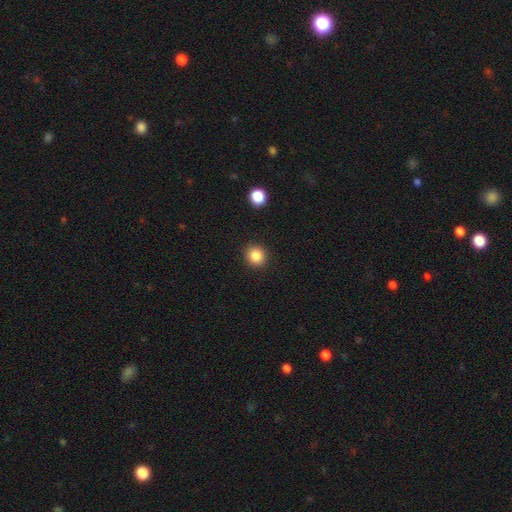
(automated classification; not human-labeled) This is clearly a smooth galaxy (85%). How rounded: clearly round (88%). Merging: clearly none (91%).